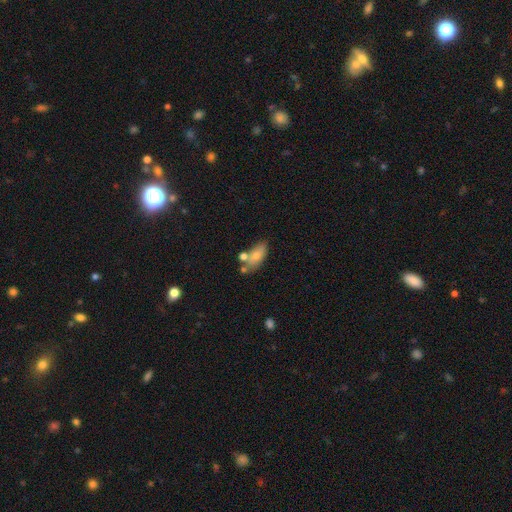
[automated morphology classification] Overall: smooth (75%). How rounded: in between (85%). Merging: none (52%; minor disturbance 20%).